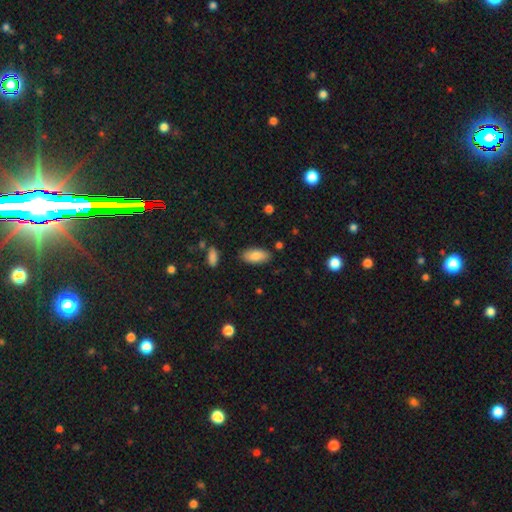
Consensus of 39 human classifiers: smooth-or-featured: smooth: 87% | featured or disk: 13% | star or artifact: 0%
  how-rounded: in between: 94% | cigar-shaped: 6% | round: 0%
  merging: none: 85% | minor disturbance: 10% | major disturbance: 3% | merger: 3%